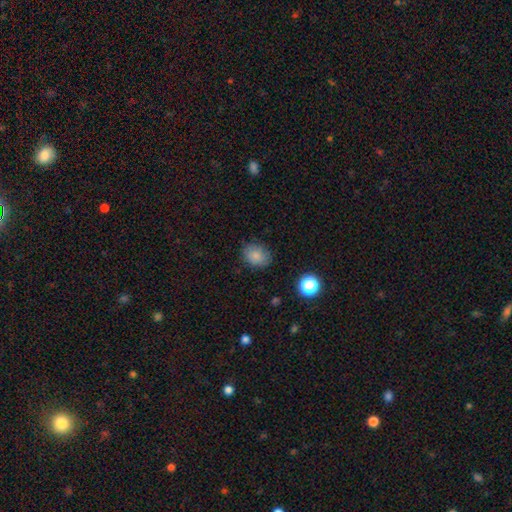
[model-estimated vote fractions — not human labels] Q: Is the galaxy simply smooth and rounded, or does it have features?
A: smooth — 83%.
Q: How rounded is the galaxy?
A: in between — 53%.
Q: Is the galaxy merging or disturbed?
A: none — 80%.